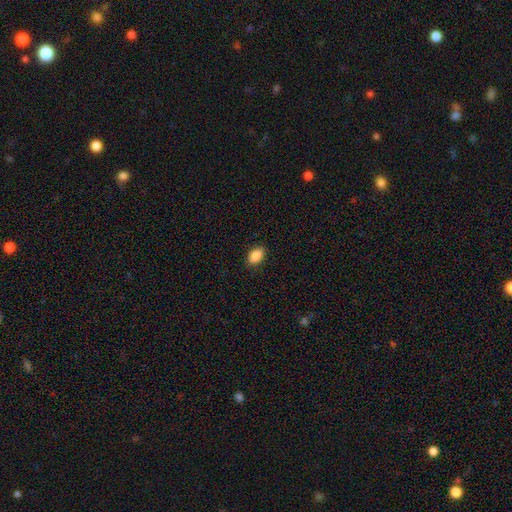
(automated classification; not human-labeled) A smooth galaxy with no disk features (89%) that is in between round and cigar-shaped (91%). Merging: none (88%).